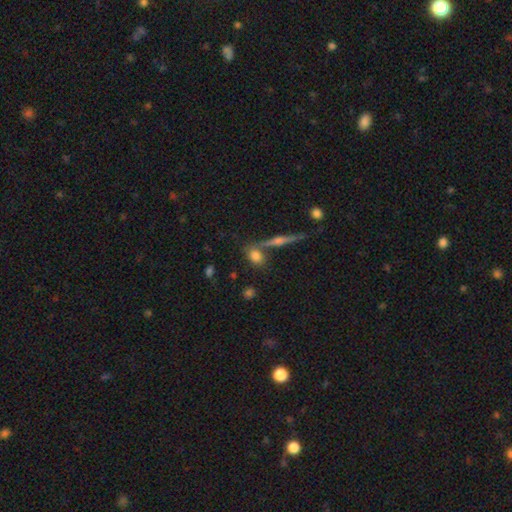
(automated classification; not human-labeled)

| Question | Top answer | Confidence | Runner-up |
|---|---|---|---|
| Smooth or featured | smooth | 72% | featured or disk (18%) |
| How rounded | in between | 62% | round (30%) |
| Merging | none | 65% | merger (18%) |